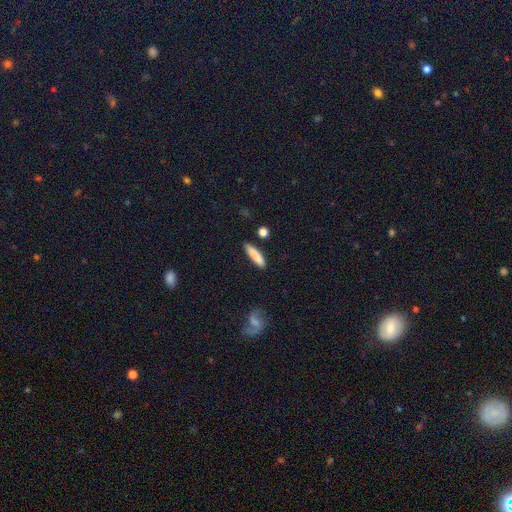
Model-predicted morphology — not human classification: Smooth or featured: smooth — 85% (featured or disk — 8%)
How rounded: cigar-shaped — 82% (in between — 16%)
Merging: none — 85% (minor disturbance — 10%)